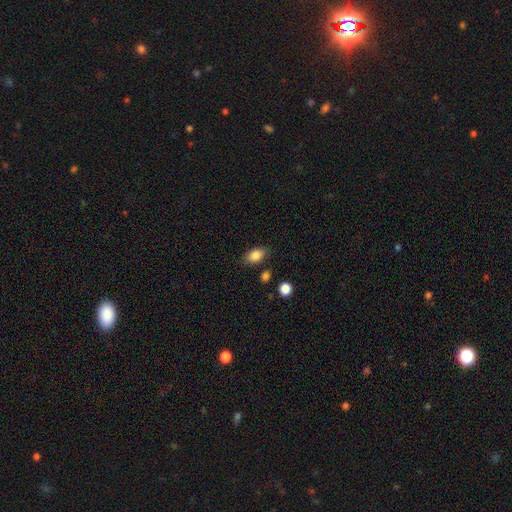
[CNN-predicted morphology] Smooth or featured? Predicted: smooth (p=0.85). How rounded? Predicted: in between (p=0.84). Merging? Predicted: none (p=0.79).